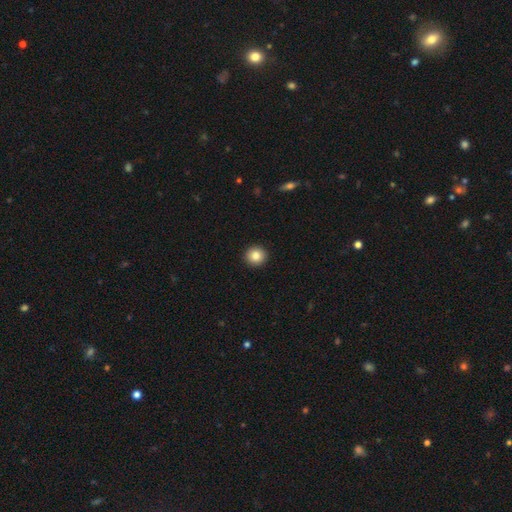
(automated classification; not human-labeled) smooth-or-featured: smooth: 84% | star or artifact: 9% | featured or disk: 6%
  how-rounded: round: 93% | in between: 6% | cigar-shaped: 1%
  merging: none: 93% | minor disturbance: 4% | major disturbance: 1% | merger: 1%